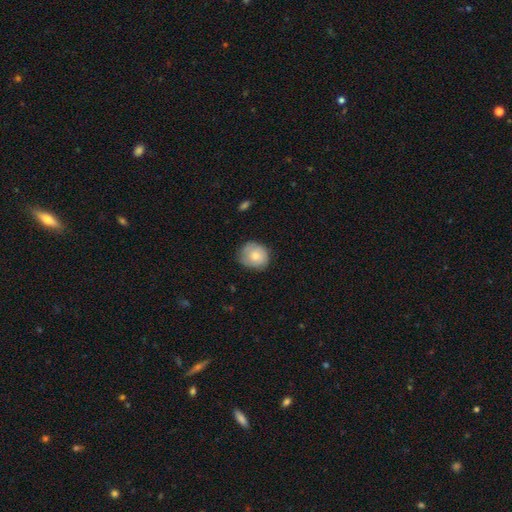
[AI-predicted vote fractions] Q: Smooth or featured?
A: smooth (74%); runner-up: featured or disk (19%)
Q: How rounded?
A: round (76%); runner-up: in between (23%)
Q: Merging?
A: none (74%); runner-up: minor disturbance (21%)